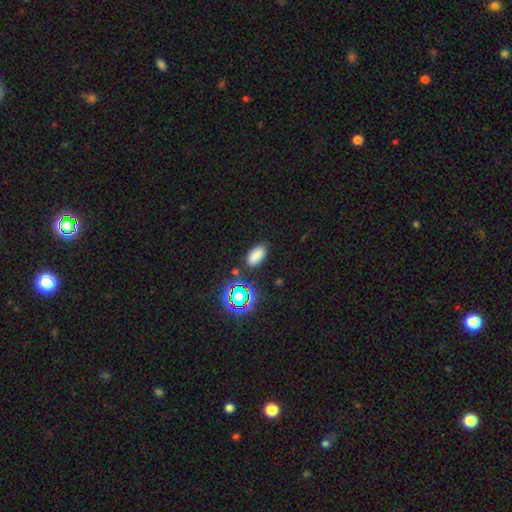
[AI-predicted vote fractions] A smooth galaxy with no disk features (77%) that is in between round and cigar-shaped (90%).

Vote fractions:
- Smooth or featured? smooth: 77% / star or artifact: 18% / featured or disk: 6%
- How rounded? in between: 90% / round: 6% / cigar-shaped: 4%
- Merging? none: 82% / minor disturbance: 11% / merger: 3% / major disturbance: 3%